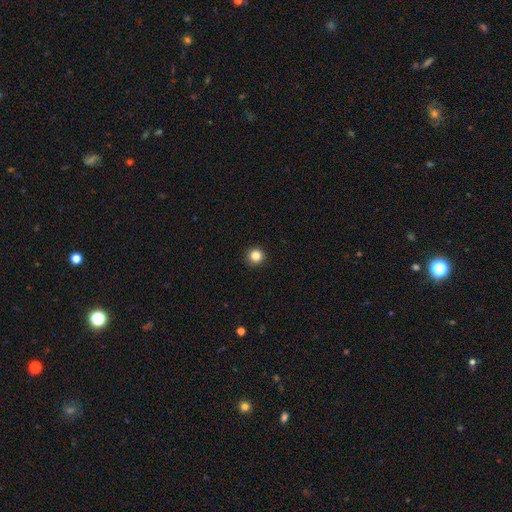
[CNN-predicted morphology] type=smooth (84%); roundness=round (95%); merging=none (92%).